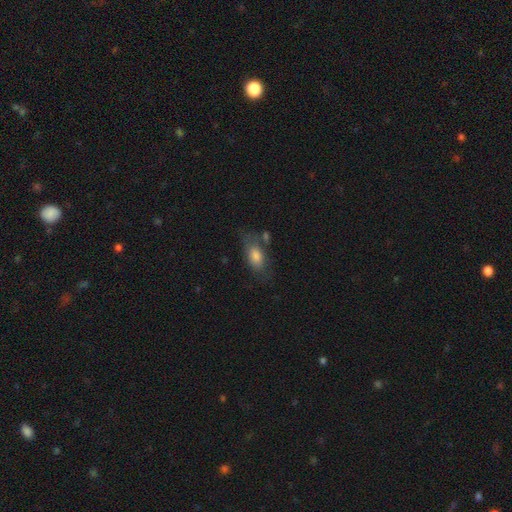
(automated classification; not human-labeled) Overall: smooth (74%). How rounded: in between (86%). Merging: none (56%; minor disturbance 23%).